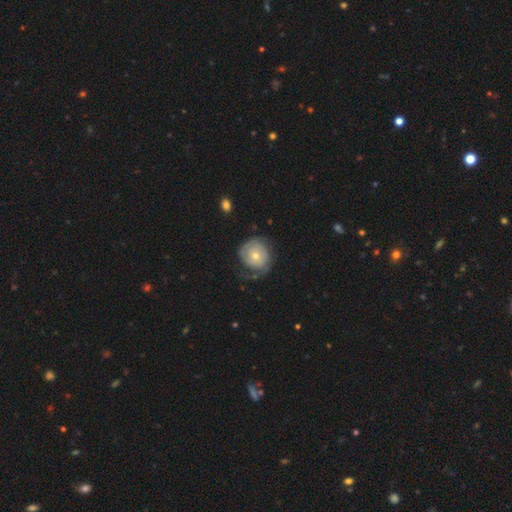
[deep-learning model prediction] featured or disk 61%, smooth 33%, star or artifact 6%. Down the decision tree: edge-on disk — no (97%); bar — no (82%); spiral arms — yes (80%); bulge size — small (49%); merging — none (54%).